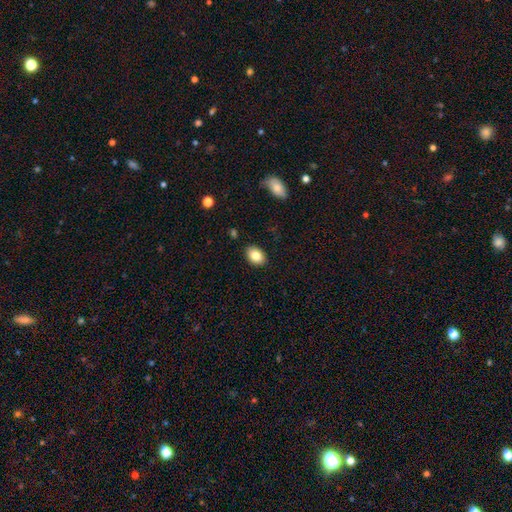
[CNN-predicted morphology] Smooth or featured: smooth — 84% (featured or disk — 9%)
How rounded: in between — 82% (round — 17%)
Merging: none — 89% (minor disturbance — 8%)